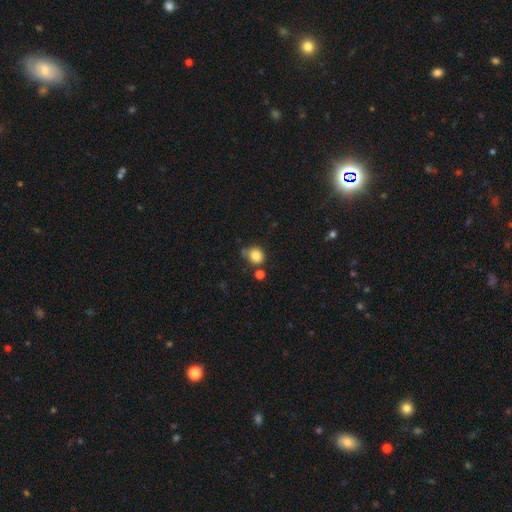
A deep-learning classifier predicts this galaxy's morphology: Smooth or featured? Predicted: smooth (p=0.85). How rounded? Predicted: round (p=0.77). Merging? Predicted: none (p=0.60).